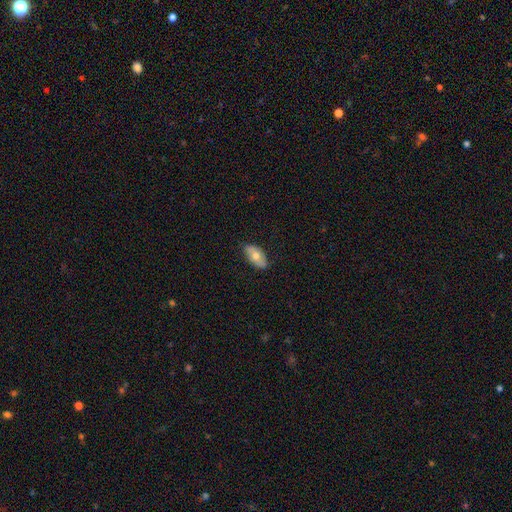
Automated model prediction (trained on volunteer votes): A smooth galaxy with no disk features (63%) that is in between round and cigar-shaped (93%).

Vote fractions:
- Smooth or featured? smooth: 63% / featured or disk: 30% / star or artifact: 6%
- How rounded? in between: 93% / round: 4% / cigar-shaped: 3%
- Merging? none: 82% / minor disturbance: 15% / major disturbance: 2% / merger: 1%